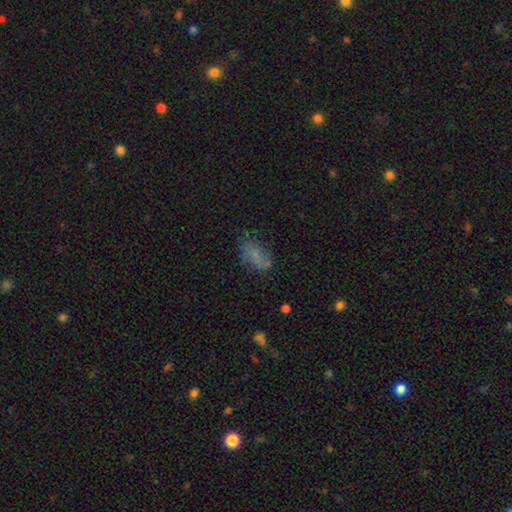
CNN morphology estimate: This appears to be a smooth galaxy with no disk features (63%) that is in between round and cigar-shaped (89%). Merging: none (58%).